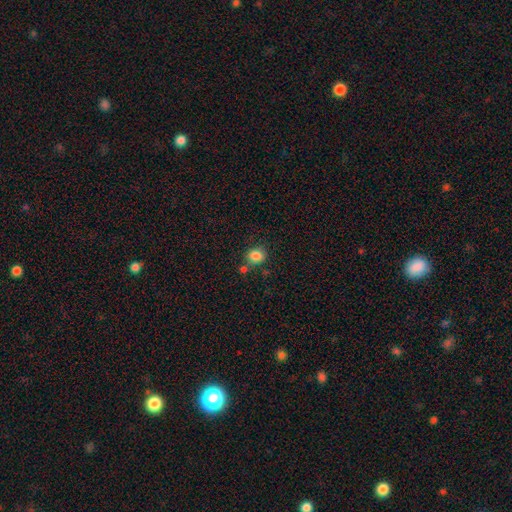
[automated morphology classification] Smooth or featured? Predicted: smooth (p=0.84). How rounded? Predicted: round (p=0.68). Merging? Predicted: none (p=0.71).